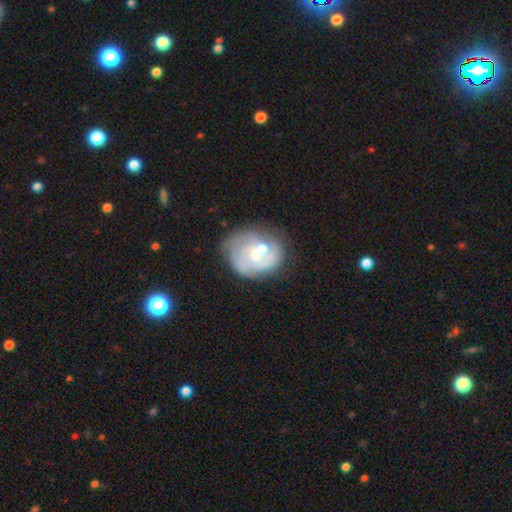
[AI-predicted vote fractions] Smooth or featured? featured or disk (60%)
Edge-on disk? no (98%)
Bar? no (76%)
Spiral arms? yes (53%)
Bulge size? small (48%)
Merging? none (43%)